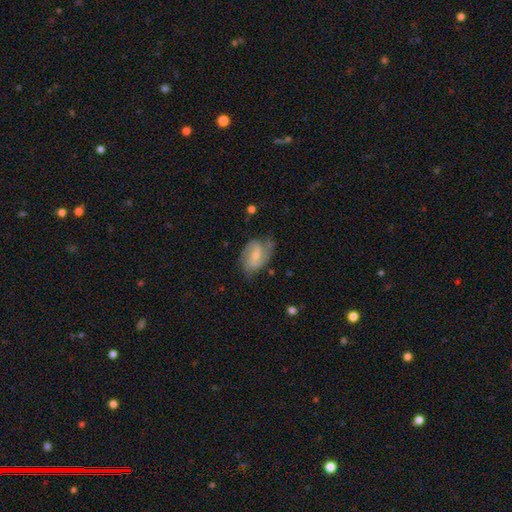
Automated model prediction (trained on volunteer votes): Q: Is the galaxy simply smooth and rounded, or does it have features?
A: featured or disk — 69%.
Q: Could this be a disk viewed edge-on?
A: no — 97%.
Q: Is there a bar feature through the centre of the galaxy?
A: weak — 47%.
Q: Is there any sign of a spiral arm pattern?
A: yes — 90%.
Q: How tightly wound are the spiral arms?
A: medium — 47%.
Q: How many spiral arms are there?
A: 2 — 70%.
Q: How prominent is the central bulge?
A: small — 59%.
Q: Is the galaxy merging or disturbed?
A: none — 59%.